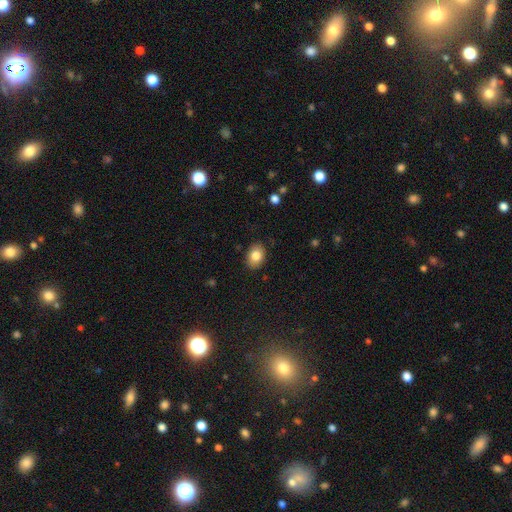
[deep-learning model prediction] smooth_or_featured: smooth (p=0.82) [alt: featured or disk p=0.09]
how_rounded: in between (p=0.70) [alt: round p=0.29]
merging: none (p=0.86) [alt: minor disturbance p=0.10]